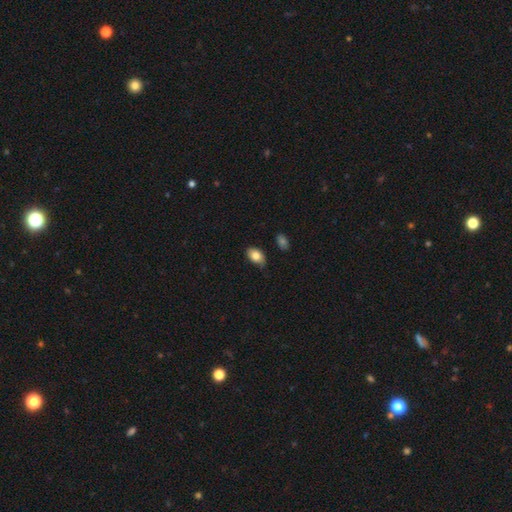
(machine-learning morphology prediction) smooth-or-featured: smooth: 82% | featured or disk: 10% | star or artifact: 8%
  how-rounded: in between: 88% | round: 11% | cigar-shaped: 1%
  merging: none: 74% | minor disturbance: 21% | major disturbance: 3% | merger: 2%